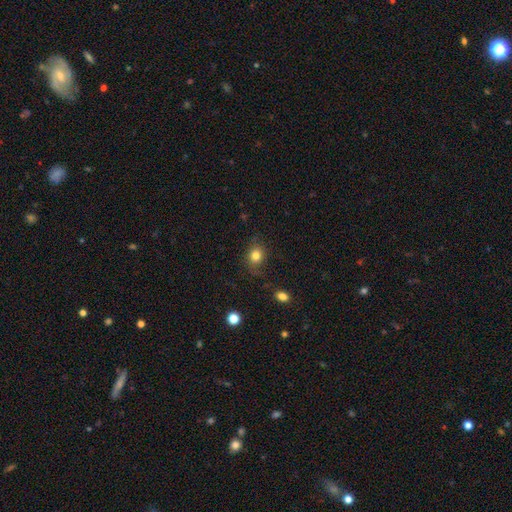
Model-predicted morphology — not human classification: Smooth or featured? smooth (79%)
How rounded? round (62%)
Merging? none (72%)